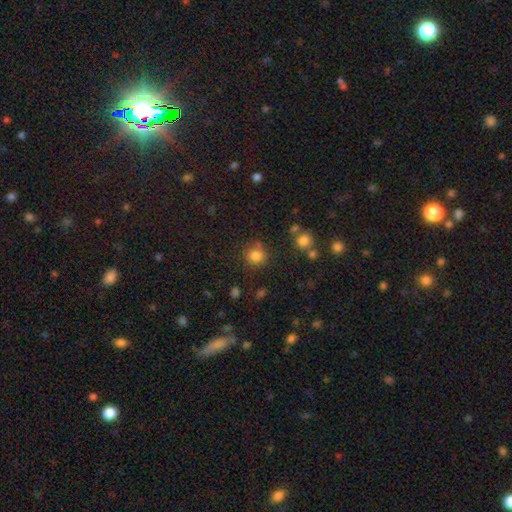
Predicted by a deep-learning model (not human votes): This appears to be a smooth galaxy with no disk features (82%) that is round (86%). Merging: none (74%).